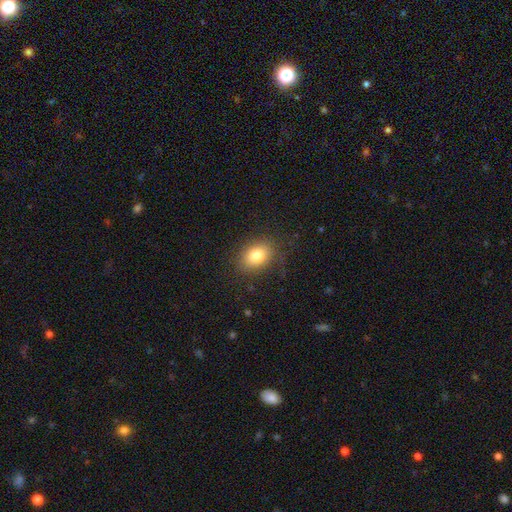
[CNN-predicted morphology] The model was most divided on "how rounded": in between: 70%, round: 29%, cigar-shaped: 1%. More confident: merging — none (84%); smooth or featured — smooth (81%).